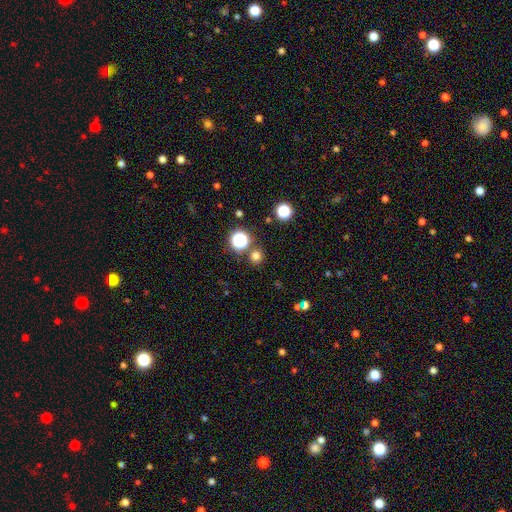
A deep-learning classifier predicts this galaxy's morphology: smooth_or_featured: smooth (p=0.72) [alt: star or artifact p=0.22]
how_rounded: round (p=0.91) [alt: in between p=0.08]
merging: none (p=0.82) [alt: merger p=0.08]